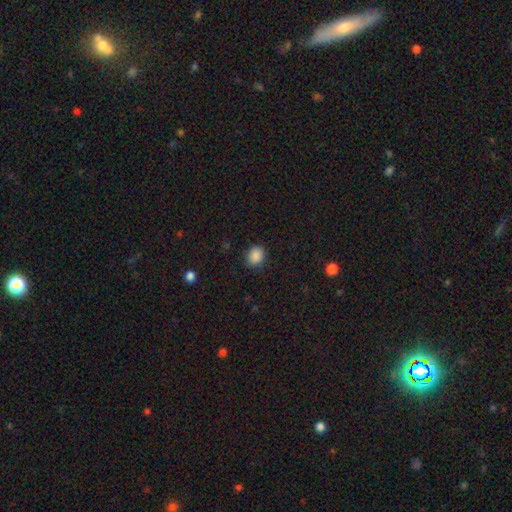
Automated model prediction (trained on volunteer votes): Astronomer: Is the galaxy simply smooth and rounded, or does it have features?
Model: smooth — 88%.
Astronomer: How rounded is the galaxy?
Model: round — 68%.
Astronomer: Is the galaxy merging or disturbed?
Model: none — 88%.